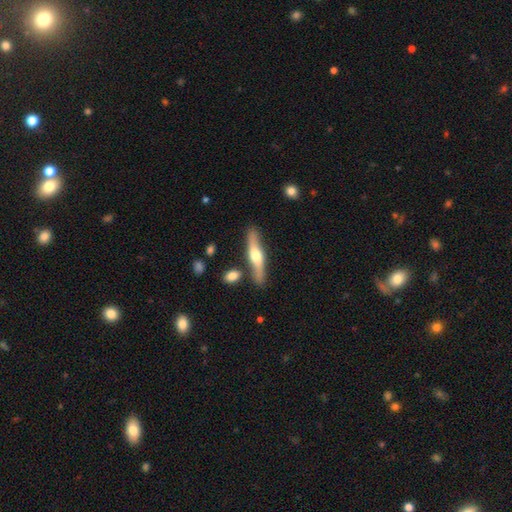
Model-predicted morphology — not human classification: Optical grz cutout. It shows a featured or disk galaxy (60%) viewed edge-on (86%) with a rounded central bulge (91%). Merging: none (78%).